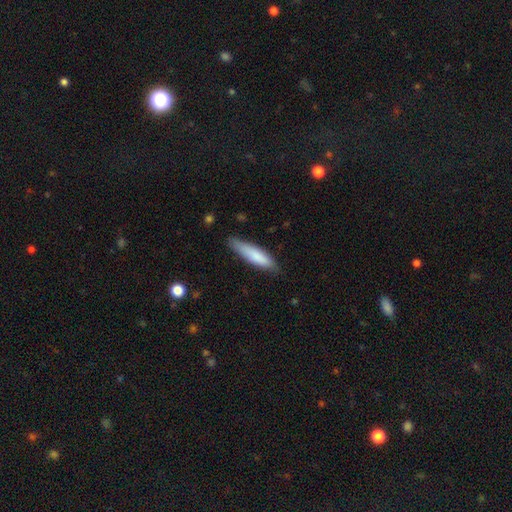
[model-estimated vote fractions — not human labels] Smooth or featured?
  - smooth: 79% *
  - featured or disk: 16%
  - star or artifact: 6%
How rounded?
  - cigar-shaped: 78% *
  - in between: 21%
  - round: 1%
Merging?
  - none: 79% *
  - minor disturbance: 17%
  - major disturbance: 3%
  - merger: 1%